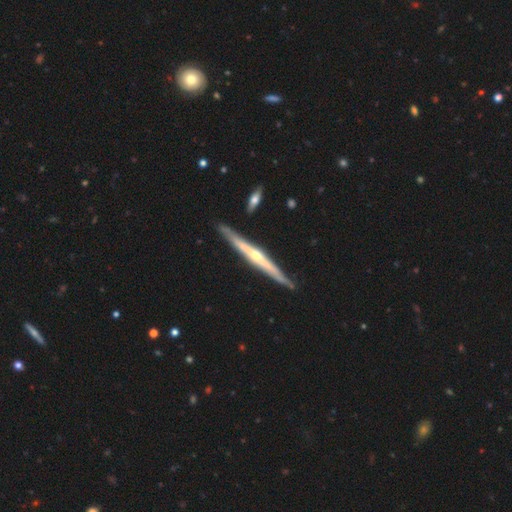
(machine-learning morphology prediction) smooth_or_featured: featured or disk (p=0.81) [alt: smooth p=0.14]
disk_edge_on: yes (p=0.97) [alt: no p=0.03]
edge_on_bulge: rounded (p=0.77) [alt: none p=0.17]
merging: none (p=0.87) [alt: minor disturbance p=0.09]